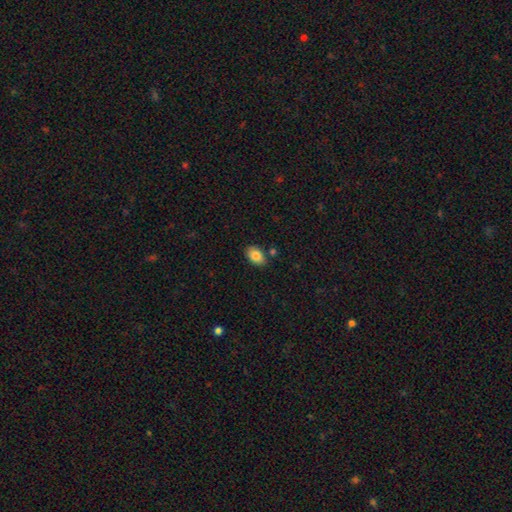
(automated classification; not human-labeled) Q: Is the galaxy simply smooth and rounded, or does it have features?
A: smooth — 84%.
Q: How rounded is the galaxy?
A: in between — 88%.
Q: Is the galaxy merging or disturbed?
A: none — 82%.